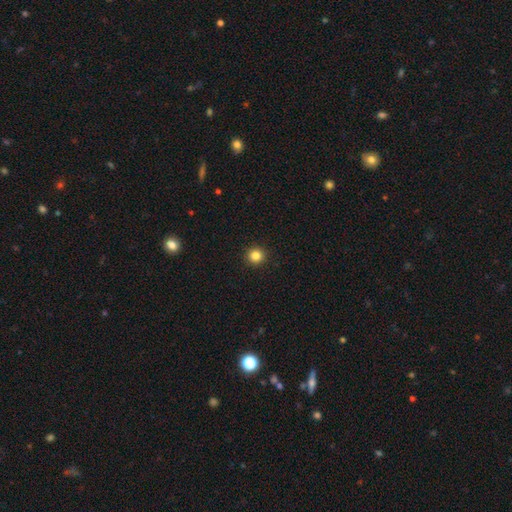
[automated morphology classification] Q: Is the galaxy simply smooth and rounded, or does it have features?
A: smooth — 84%.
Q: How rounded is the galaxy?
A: round — 94%.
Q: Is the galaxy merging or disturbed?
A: none — 93%.